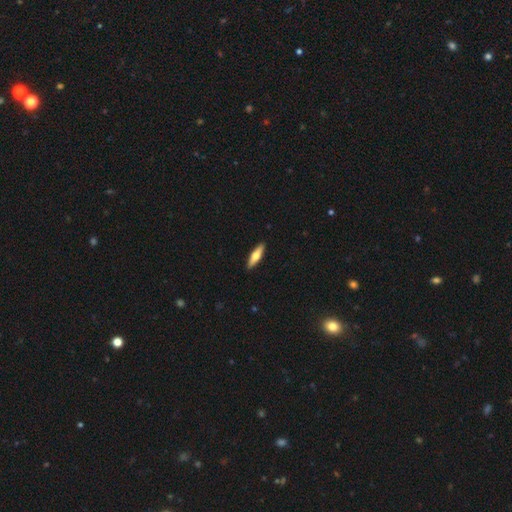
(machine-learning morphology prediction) The model was most divided on "smooth or featured": smooth: 56%, featured or disk: 39%, star or artifact: 5%. More confident: merging — none (91%); how rounded — cigar-shaped (68%).